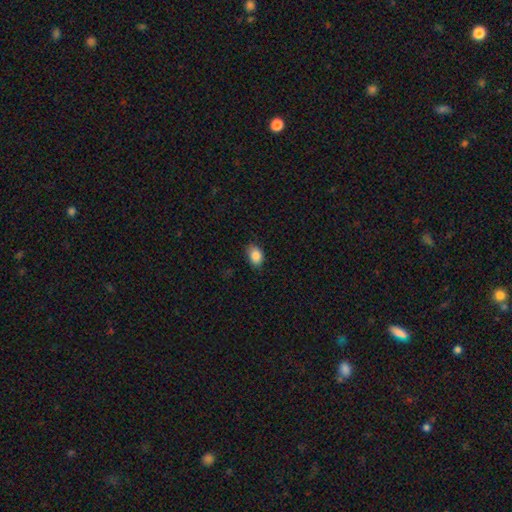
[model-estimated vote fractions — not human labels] smooth 87%, star or artifact 8%, featured or disk 5%. Down the decision tree: how rounded — in between (75%); merging — none (78%).